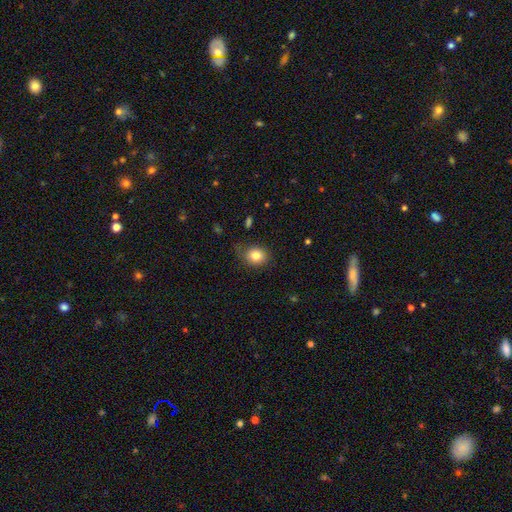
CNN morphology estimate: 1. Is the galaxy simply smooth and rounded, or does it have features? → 82% smooth, 10% star or artifact, 8% featured or disk.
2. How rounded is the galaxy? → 66% round, 33% in between, 1% cigar-shaped.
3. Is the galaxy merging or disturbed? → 75% none, 18% minor disturbance, 5% major disturbance, 2% merger.